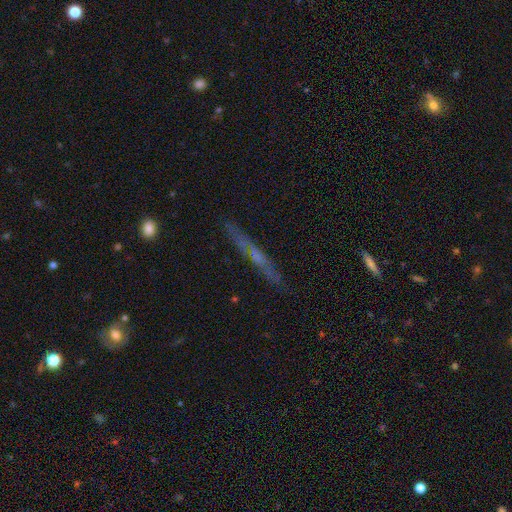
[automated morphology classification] A featured or disk galaxy (57%) viewed edge-on (89%) with no central bulge (66%).

Vote fractions:
- Smooth or featured? featured or disk: 57% / smooth: 34% / star or artifact: 9%
- Edge-on disk? yes: 89% / no: 11%
- Edge-on bulge? none: 66% / rounded: 26% / boxy: 8%
- Merging? none: 84% / minor disturbance: 11% / major disturbance: 3% / merger: 2%